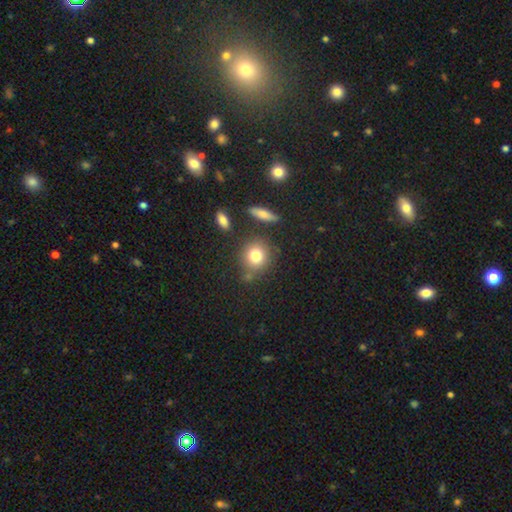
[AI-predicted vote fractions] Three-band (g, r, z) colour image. It shows a smooth galaxy with no disk features (79%) that is round (83%). Merging: none (74%).